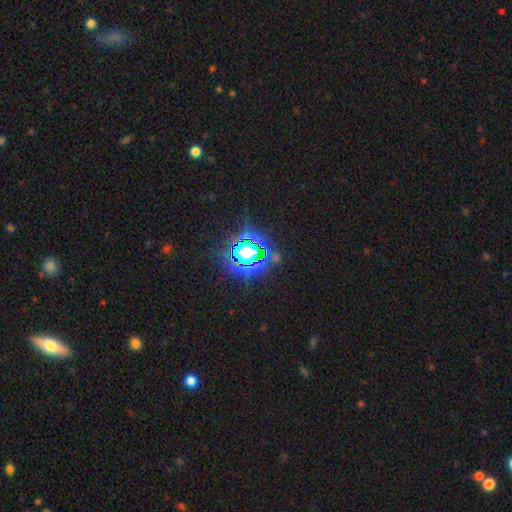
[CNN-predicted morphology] Smooth or featured? Predicted: star or artifact (p=0.81).